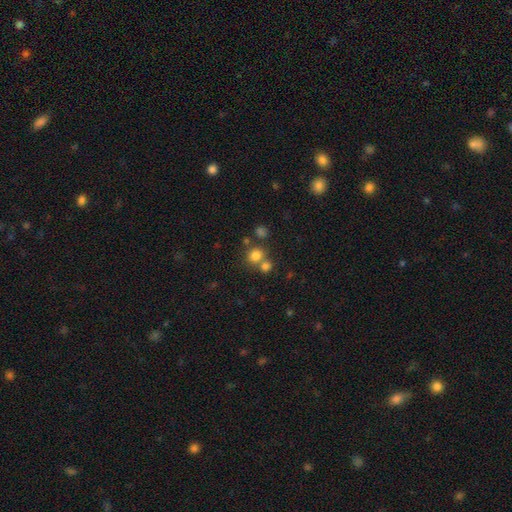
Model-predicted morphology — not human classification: Overall: smooth (77%). How rounded: round (83%). Merging: none (58%; merger 30%).